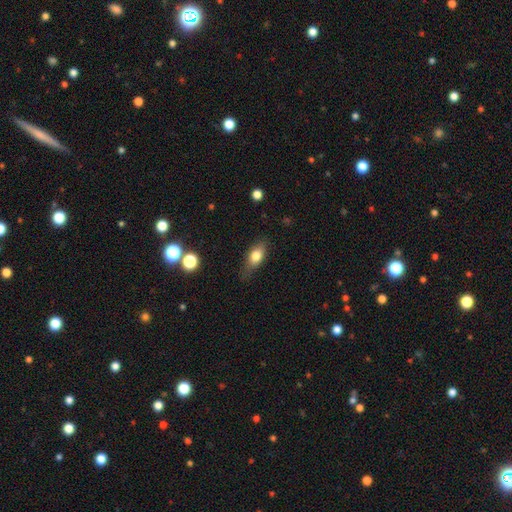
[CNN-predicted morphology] Smooth or featured? smooth (75%)
How rounded? in between (79%)
Merging? none (70%)